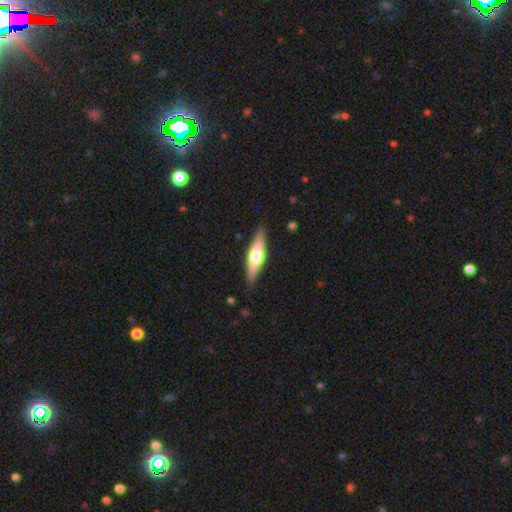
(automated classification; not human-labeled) Q: Smooth or featured?
A: featured or disk (61%); runner-up: smooth (34%)
Q: Edge-on disk?
A: yes (94%); runner-up: no (6%)
Q: Edge-on bulge?
A: rounded (93%); runner-up: boxy (6%)
Q: Merging?
A: none (86%); runner-up: minor disturbance (11%)